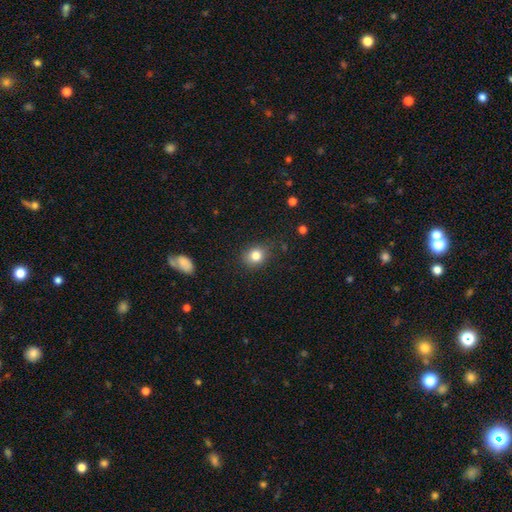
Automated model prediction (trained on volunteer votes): smooth-or-featured: smooth: 82% | star or artifact: 11% | featured or disk: 7%
  how-rounded: round: 70% | in between: 29% | cigar-shaped: 1%
  merging: none: 81% | minor disturbance: 14% | major disturbance: 4% | merger: 1%